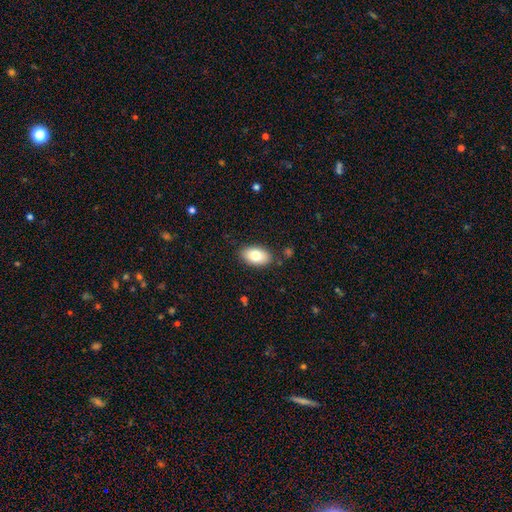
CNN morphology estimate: Smooth or featured? smooth (80%)
How rounded? in between (93%)
Merging? none (86%)